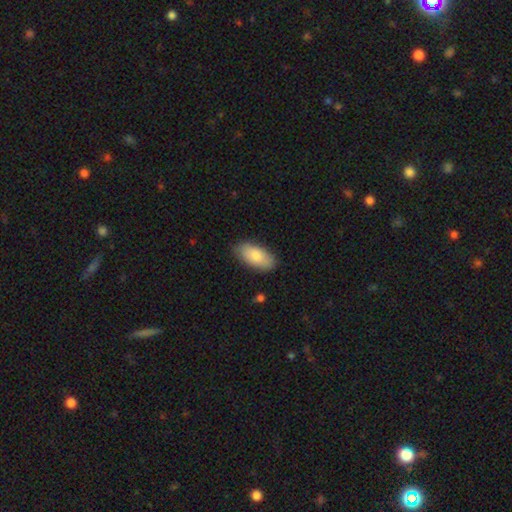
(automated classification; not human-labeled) Smooth or featured: smooth — 82% (featured or disk — 13%)
How rounded: in between — 92% (cigar-shaped — 5%)
Merging: none — 82% (minor disturbance — 14%)